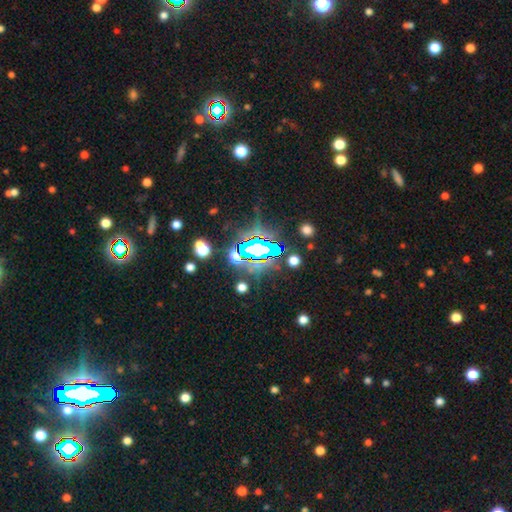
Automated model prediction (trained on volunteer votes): Overall: star or artifact (73%).